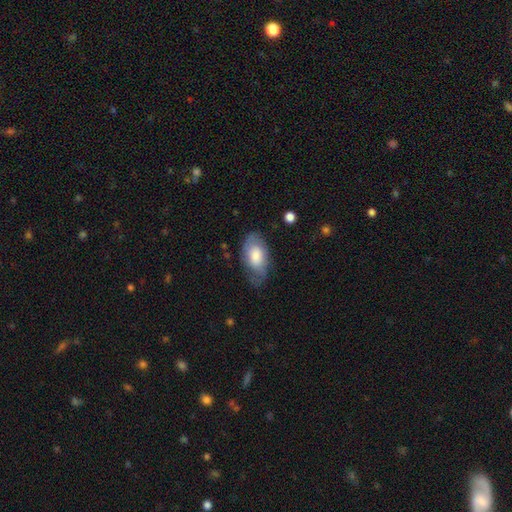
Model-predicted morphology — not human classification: Overall: smooth (66%; featured or disk 28%). How rounded: in between (94%). Merging: none (60%; minor disturbance 28%).